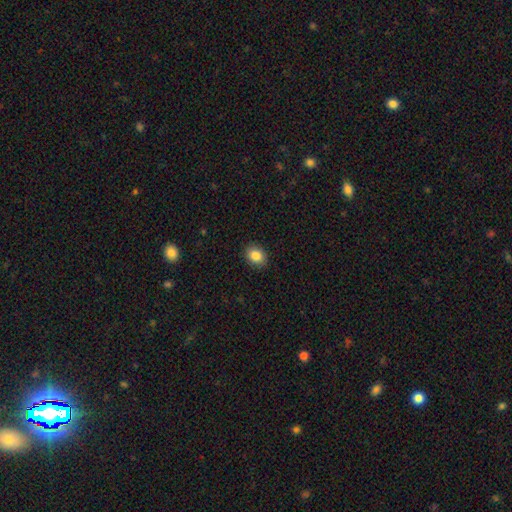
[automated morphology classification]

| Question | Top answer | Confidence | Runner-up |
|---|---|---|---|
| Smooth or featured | smooth | 85% | star or artifact (9%) |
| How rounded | in between | 56% | round (43%) |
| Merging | none | 90% | minor disturbance (7%) |